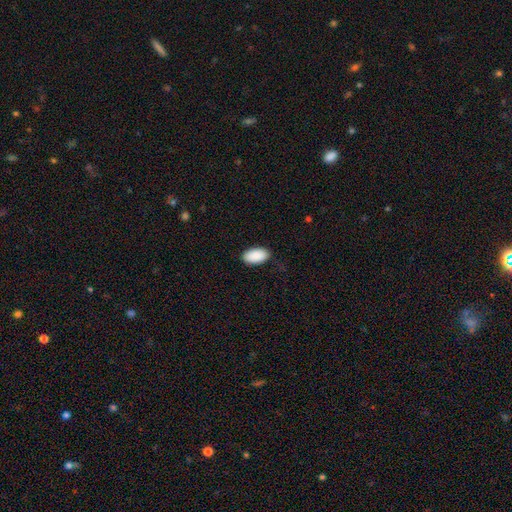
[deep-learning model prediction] A smooth galaxy with no disk features (91%) that is in between round and cigar-shaped (96%).

Vote fractions:
- Smooth or featured? smooth: 91% / star or artifact: 6% / featured or disk: 3%
- How rounded? in between: 96% / round: 2% / cigar-shaped: 2%
- Merging? none: 85% / minor disturbance: 12% / major disturbance: 2% / merger: 1%